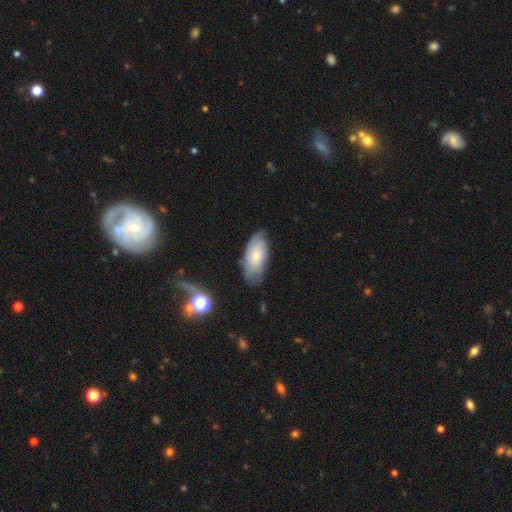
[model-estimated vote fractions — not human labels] Smooth or featured: smooth — 50% (featured or disk — 43%)
Merging: none — 67% (minor disturbance — 24%)